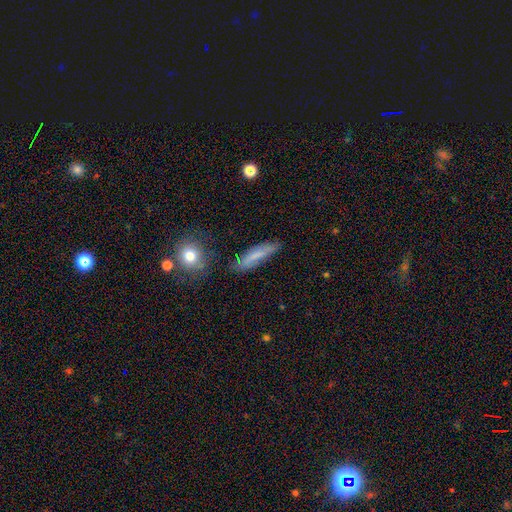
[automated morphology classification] Q: Smooth or featured?
A: smooth (68%); runner-up: featured or disk (24%)
Q: How rounded?
A: cigar-shaped (74%); runner-up: in between (23%)
Q: Merging?
A: none (74%); runner-up: minor disturbance (18%)